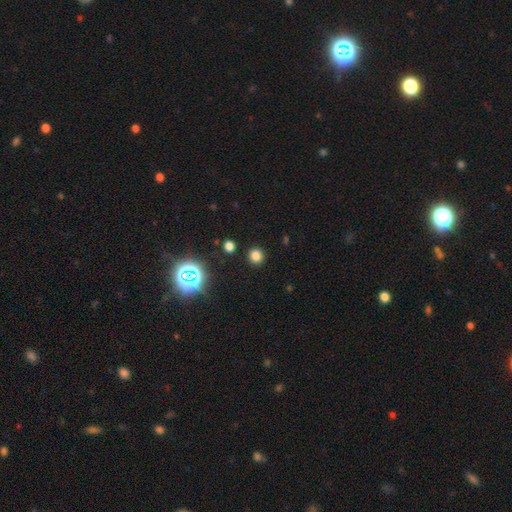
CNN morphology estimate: Q: Smooth or featured?
A: smooth (77%); runner-up: star or artifact (18%)
Q: How rounded?
A: round (89%); runner-up: in between (10%)
Q: Merging?
A: none (90%); runner-up: minor disturbance (5%)